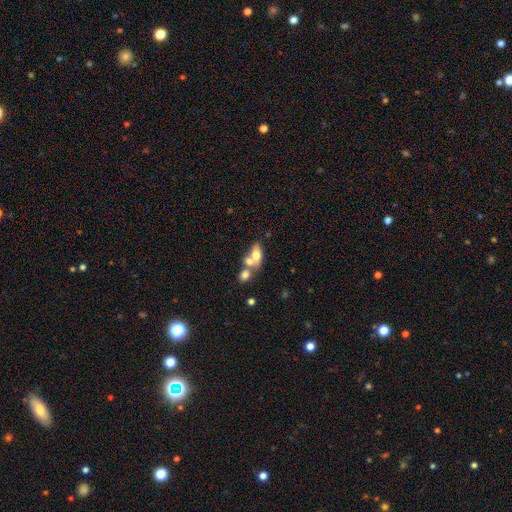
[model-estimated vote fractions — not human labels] A smooth galaxy with no disk features (66%) that is in between round and cigar-shaped (79%).

Vote fractions:
- Smooth or featured? smooth: 66% / featured or disk: 25% / star or artifact: 9%
- How rounded? in between: 79% / round: 14% / cigar-shaped: 7%
- Merging? merger: 59% / none: 27% / minor disturbance: 9% / major disturbance: 5%